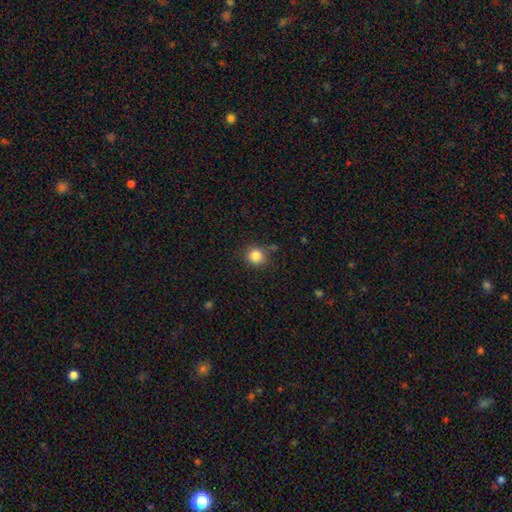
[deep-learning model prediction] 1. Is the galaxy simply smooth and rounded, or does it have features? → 85% smooth, 11% star or artifact, 5% featured or disk.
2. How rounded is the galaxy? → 90% round, 9% in between, 1% cigar-shaped.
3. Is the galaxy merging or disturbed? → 83% none, 10% minor disturbance, 3% merger, 3% major disturbance.